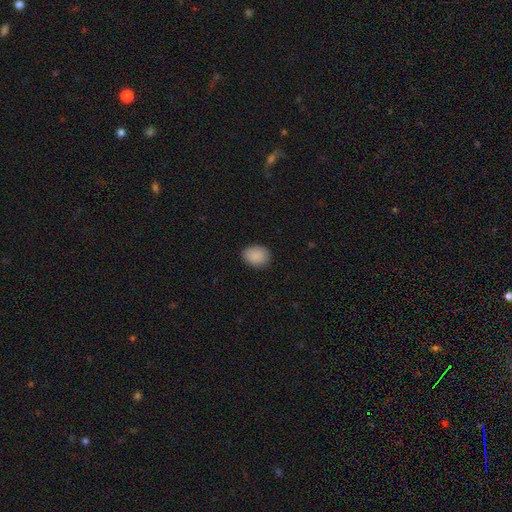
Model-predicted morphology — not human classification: smooth_or_featured: smooth (p=0.89) [alt: star or artifact p=0.08]
how_rounded: in between (p=0.59) [alt: round p=0.40]
merging: none (p=0.85) [alt: minor disturbance p=0.12]